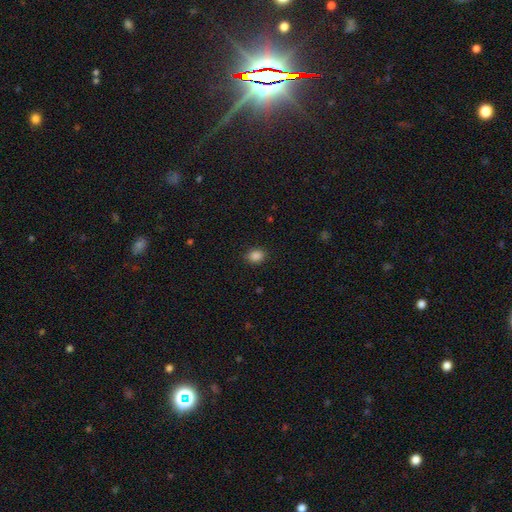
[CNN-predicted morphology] Q: Smooth or featured?
A: smooth (86%); runner-up: star or artifact (11%)
Q: How rounded?
A: round (50%); runner-up: in between (49%)
Q: Merging?
A: none (90%); runner-up: minor disturbance (7%)